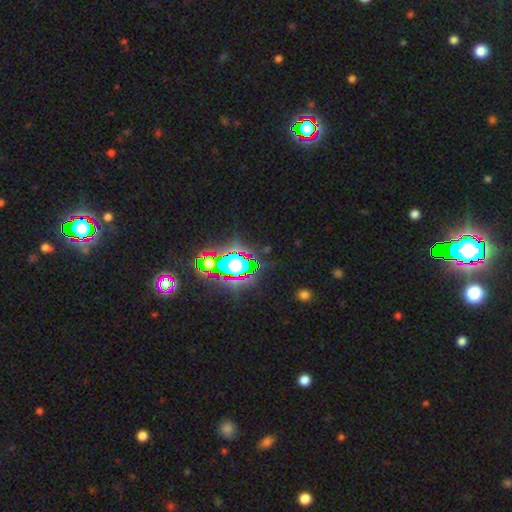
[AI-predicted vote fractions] Smooth or featured: star or artifact — 81% (smooth — 11%)